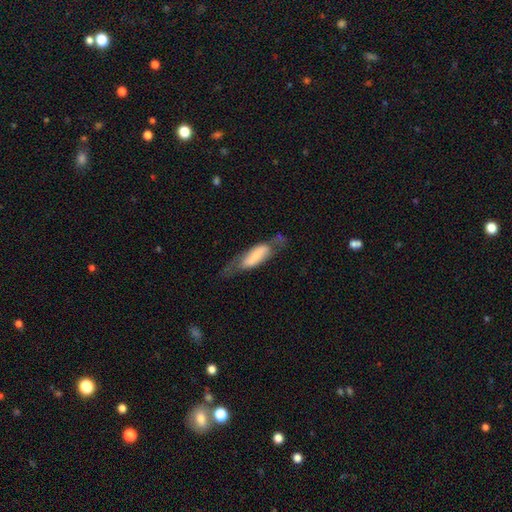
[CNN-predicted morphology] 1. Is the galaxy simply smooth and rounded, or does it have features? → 48% smooth, 45% featured or disk, 7% star or artifact.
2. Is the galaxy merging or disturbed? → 44% none, 29% minor disturbance, 23% major disturbance, 4% merger.